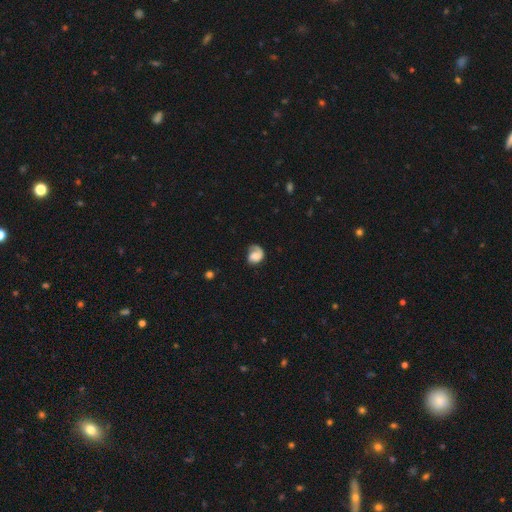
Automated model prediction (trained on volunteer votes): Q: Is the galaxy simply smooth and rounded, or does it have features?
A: featured or disk — 52%.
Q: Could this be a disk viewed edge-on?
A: no — 98%.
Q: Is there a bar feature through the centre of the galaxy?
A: no — 67%.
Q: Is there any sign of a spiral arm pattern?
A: yes — 88%.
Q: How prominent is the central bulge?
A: none — 27%.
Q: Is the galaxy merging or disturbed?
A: none — 48%.